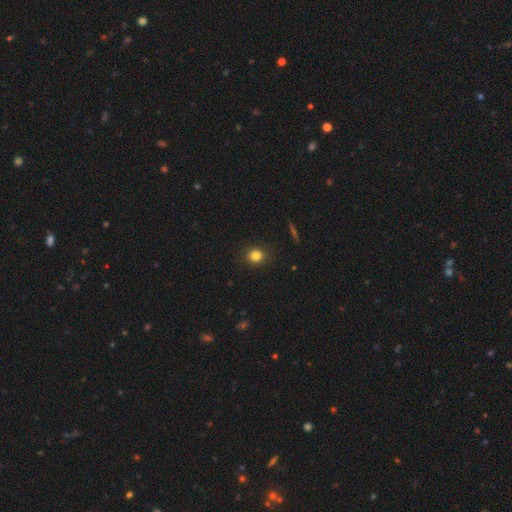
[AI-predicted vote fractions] Overall: smooth (82%). How rounded: round (83%). Merging: none (90%).